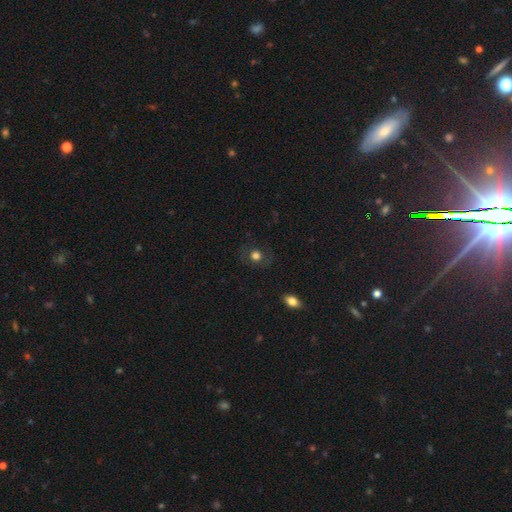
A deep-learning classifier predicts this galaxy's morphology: Q: Smooth or featured?
A: smooth (70%); runner-up: featured or disk (16%)
Q: How rounded?
A: round (76%); runner-up: in between (23%)
Q: Merging?
A: none (81%); runner-up: minor disturbance (12%)